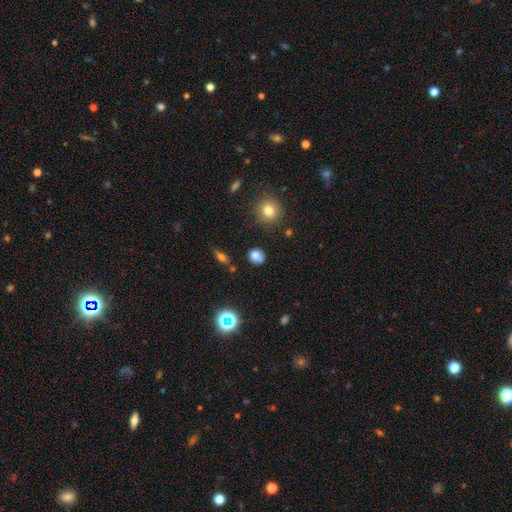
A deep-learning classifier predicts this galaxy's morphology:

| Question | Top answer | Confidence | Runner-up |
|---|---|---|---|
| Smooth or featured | smooth | 73% | star or artifact (16%) |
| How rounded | round | 83% | in between (16%) |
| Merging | none | 74% | minor disturbance (15%) |